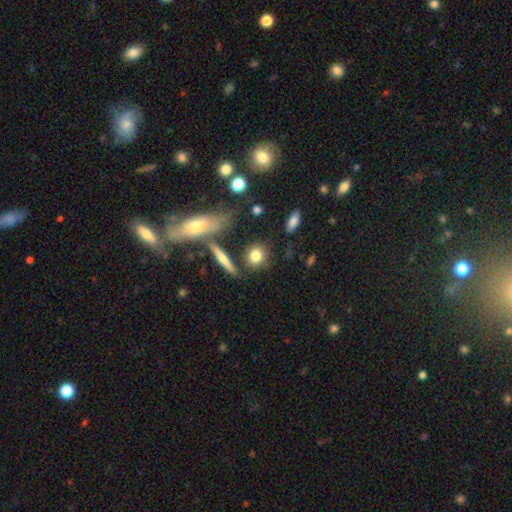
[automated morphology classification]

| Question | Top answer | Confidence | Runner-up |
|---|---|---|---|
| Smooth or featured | smooth | 78% | featured or disk (13%) |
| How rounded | round | 71% | in between (22%) |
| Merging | none | 74% | minor disturbance (12%) |